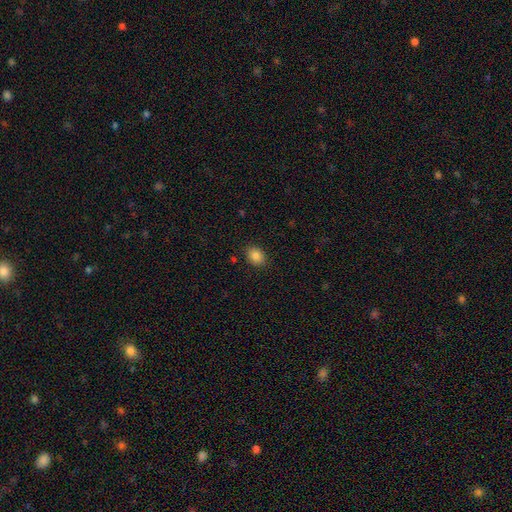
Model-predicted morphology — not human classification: Smooth or featured: smooth — 86% (star or artifact — 10%)
How rounded: in between — 61% (round — 38%)
Merging: none — 87% (minor disturbance — 9%)